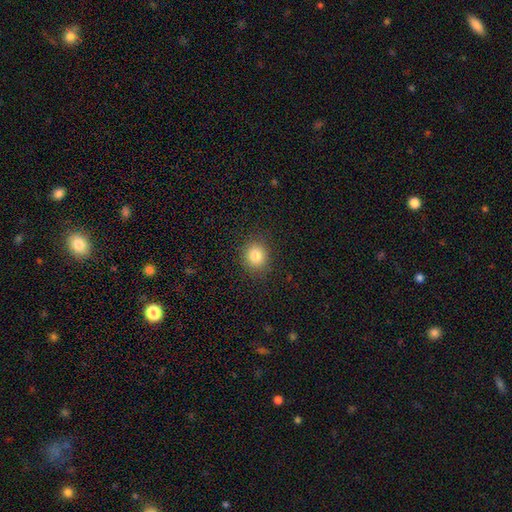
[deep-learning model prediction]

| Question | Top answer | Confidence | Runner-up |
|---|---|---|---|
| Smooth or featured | smooth | 84% | star or artifact (11%) |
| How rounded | round | 81% | in between (18%) |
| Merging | none | 88% | minor disturbance (8%) |